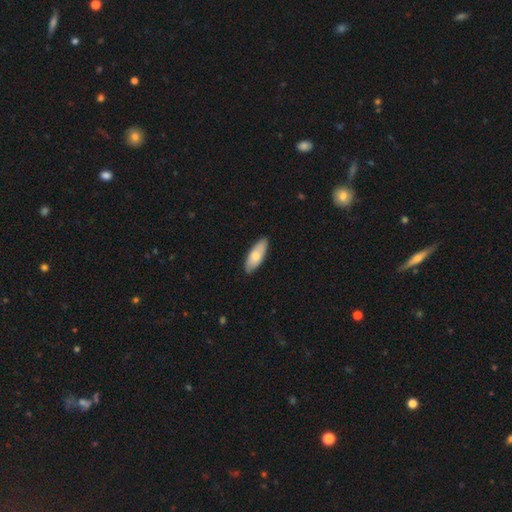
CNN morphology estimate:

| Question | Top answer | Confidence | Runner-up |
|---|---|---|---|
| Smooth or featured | smooth | 73% | featured or disk (22%) |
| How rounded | in between | 75% | cigar-shaped (23%) |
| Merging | none | 86% | minor disturbance (11%) |